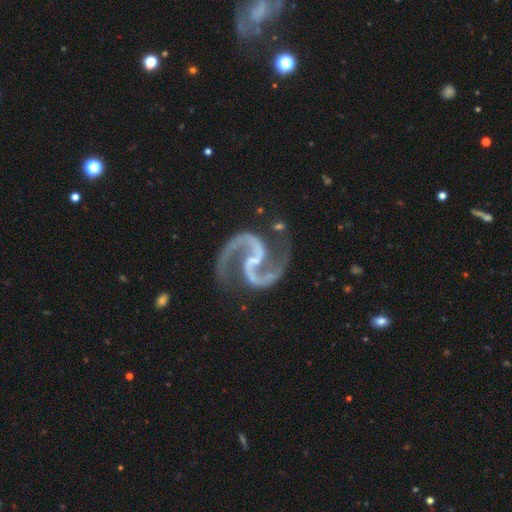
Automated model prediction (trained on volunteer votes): featured or disk 95%, star or artifact 3%, smooth 2%. Down the decision tree: edge-on disk — no (99%); bar — weak (42%); spiral arms — yes (99%); spiral arm count — 2 (95%); spiral winding — medium (67%); bulge size — small (58%); merging — none (78%).